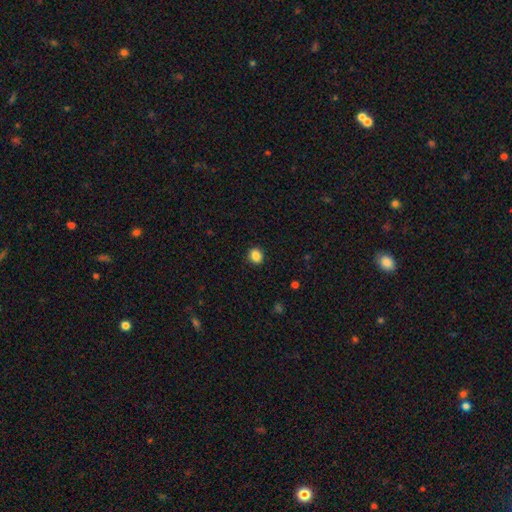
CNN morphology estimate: This appears to be a smooth galaxy with no disk features (87%) that is round (74%). Merging: none (91%).